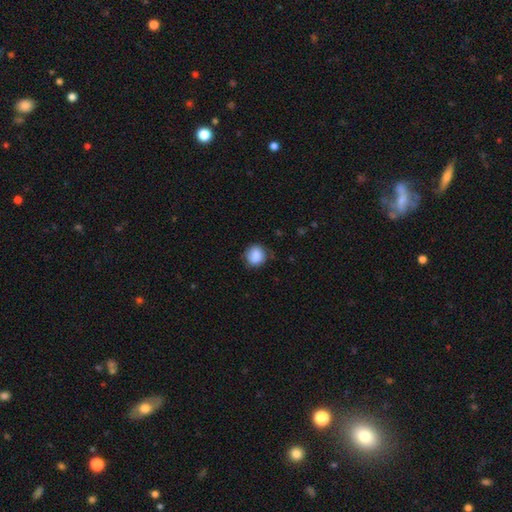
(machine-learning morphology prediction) This appears to be a smooth galaxy with no disk features (86%) that is round (86%). Merging: none (76%).